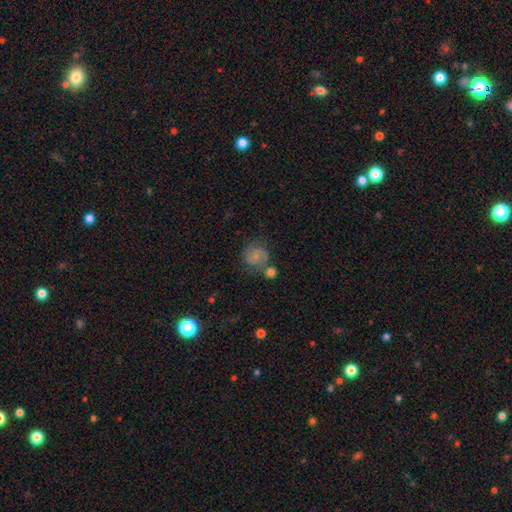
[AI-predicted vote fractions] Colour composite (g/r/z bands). It shows a featured or disk galaxy (67%) with no bar (51%), 2 (88%) medium (53%) spiral arms (94%) and a small central bulge (54%). Merging: none (58%).